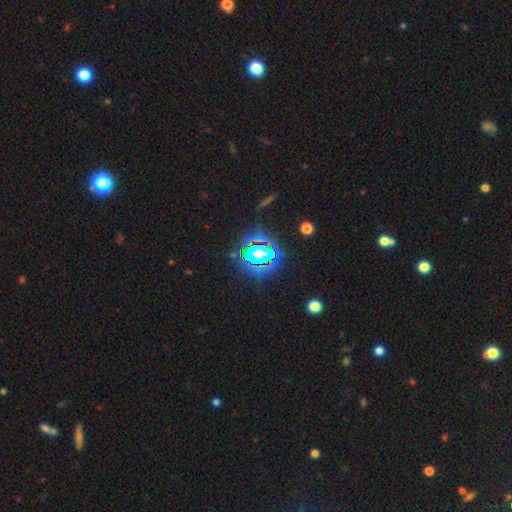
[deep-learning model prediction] Overall: star or artifact (81%).